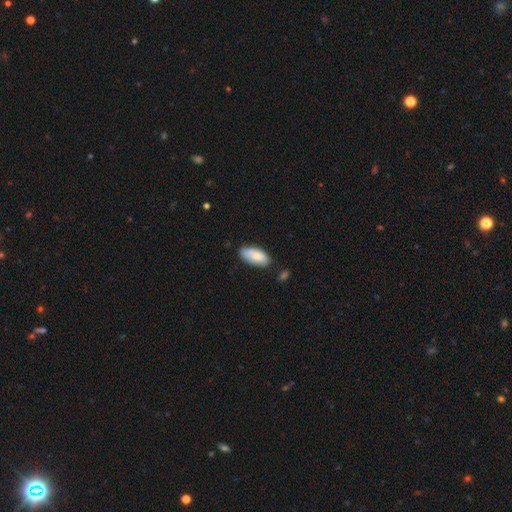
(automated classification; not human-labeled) Smooth or featured? smooth (85%)
How rounded? in between (91%)
Merging? none (71%)